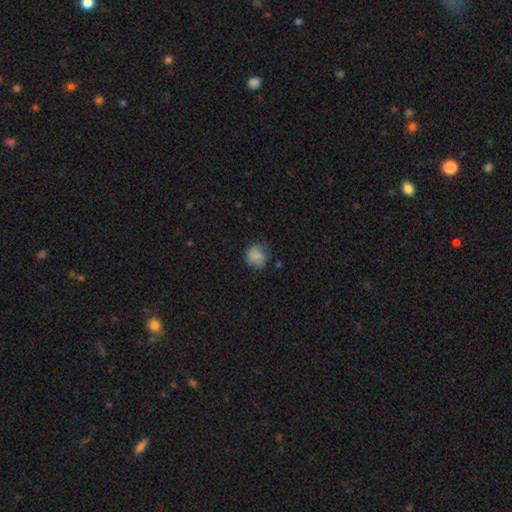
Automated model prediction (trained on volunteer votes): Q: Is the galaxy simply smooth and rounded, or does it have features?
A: smooth — 85%.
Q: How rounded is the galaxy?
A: round — 80%.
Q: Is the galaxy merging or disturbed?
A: none — 69%.